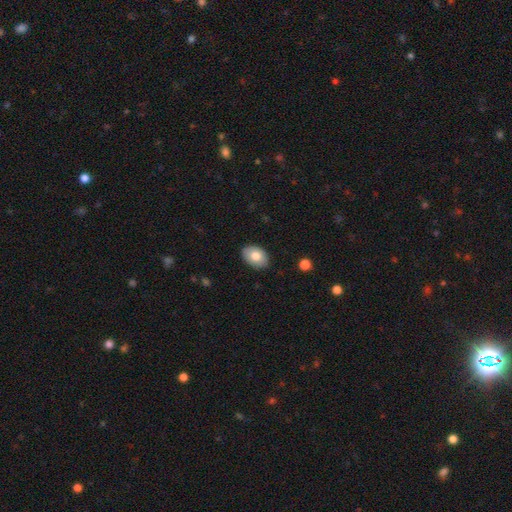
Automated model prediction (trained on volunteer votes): A smooth galaxy with no disk features (78%) that is in between round and cigar-shaped (85%).

Vote fractions:
- Smooth or featured? smooth: 78% / featured or disk: 15% / star or artifact: 7%
- How rounded? in between: 85% / round: 14% / cigar-shaped: 1%
- Merging? none: 88% / minor disturbance: 10% / major disturbance: 2% / merger: 1%